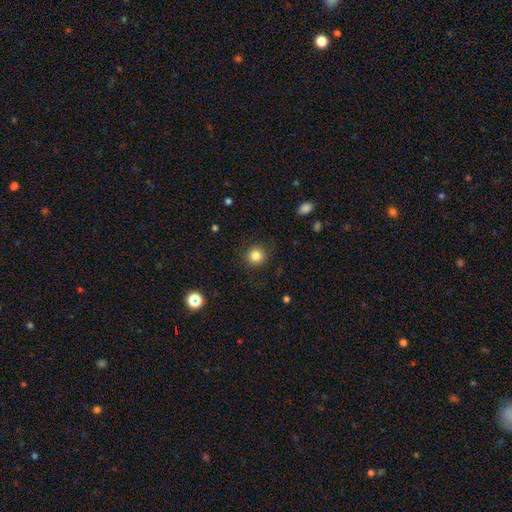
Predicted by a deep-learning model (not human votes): Morphology: type=smooth (83%); roundness=round (92%); merging=none (88%).